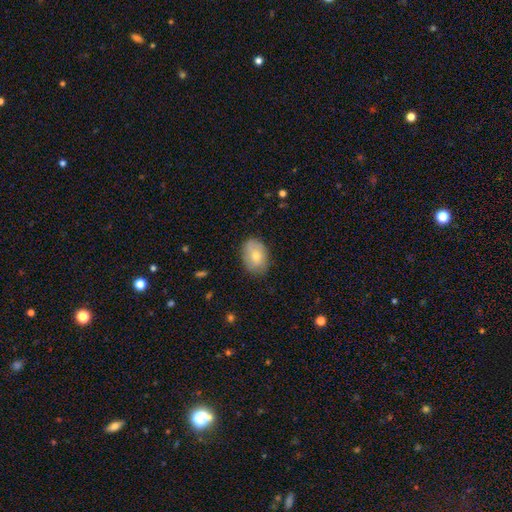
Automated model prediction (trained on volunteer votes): Smooth or featured? Predicted: smooth (p=0.71). How rounded? Predicted: in between (p=0.77). Merging? Predicted: none (p=0.82).